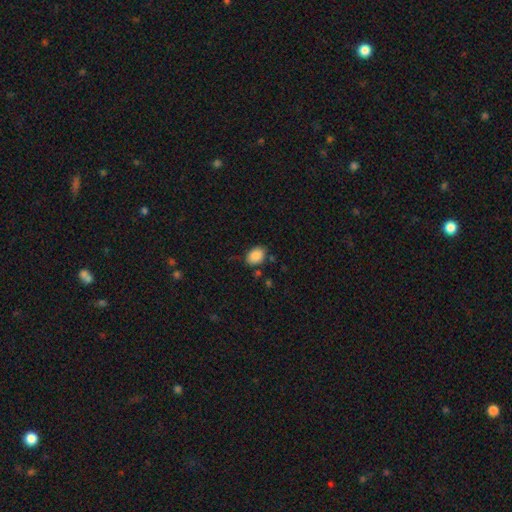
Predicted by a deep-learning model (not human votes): A smooth galaxy with no disk features (88%) that is in between round and cigar-shaped (75%). Merging: none (76%).